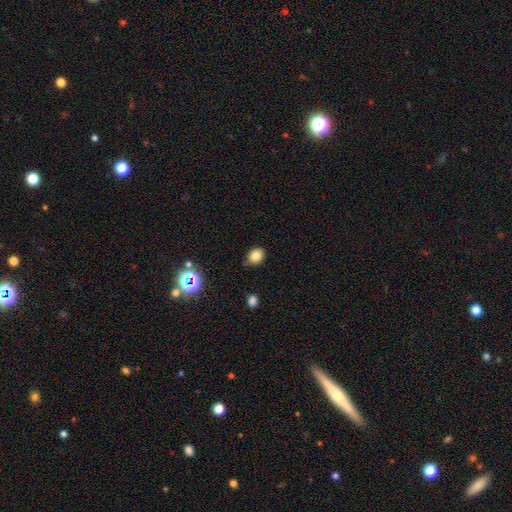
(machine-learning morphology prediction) The model was most divided on "how rounded": round: 53%, in between: 46%, cigar-shaped: 1%. More confident: smooth or featured — smooth (82%); merging — none (70%).